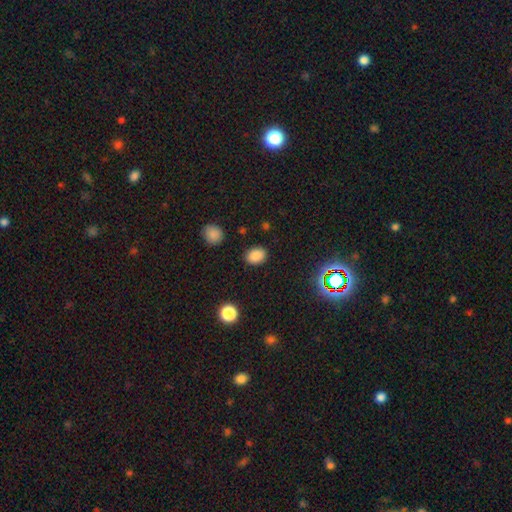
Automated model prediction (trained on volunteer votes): smooth-or-featured: smooth: 84% | star or artifact: 12% | featured or disk: 4%
  how-rounded: in between: 64% | round: 35% | cigar-shaped: 1%
  merging: none: 86% | minor disturbance: 9% | major disturbance: 3% | merger: 2%